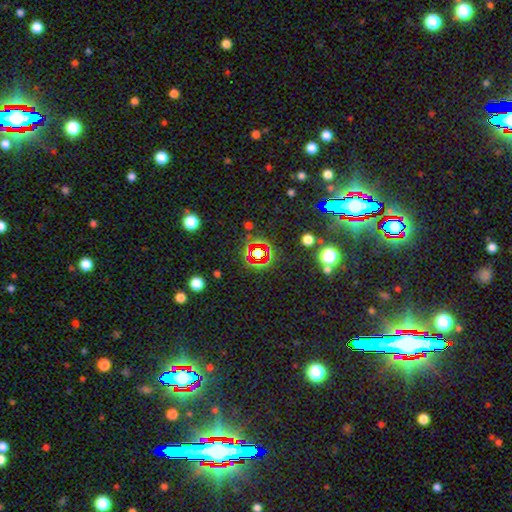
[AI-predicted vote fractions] This is likely a star or artifact rather than a galaxy (65%).